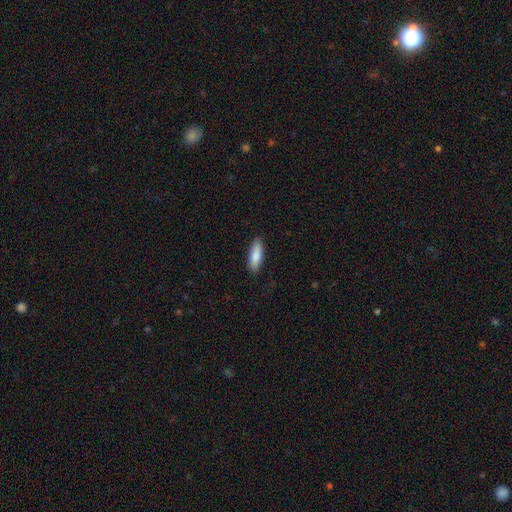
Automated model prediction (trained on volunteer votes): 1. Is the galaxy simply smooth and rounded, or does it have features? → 86% smooth, 9% featured or disk, 5% star or artifact.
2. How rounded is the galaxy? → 51% in between, 47% cigar-shaped, 2% round.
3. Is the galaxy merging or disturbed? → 88% none, 9% minor disturbance, 2% major disturbance, 1% merger.